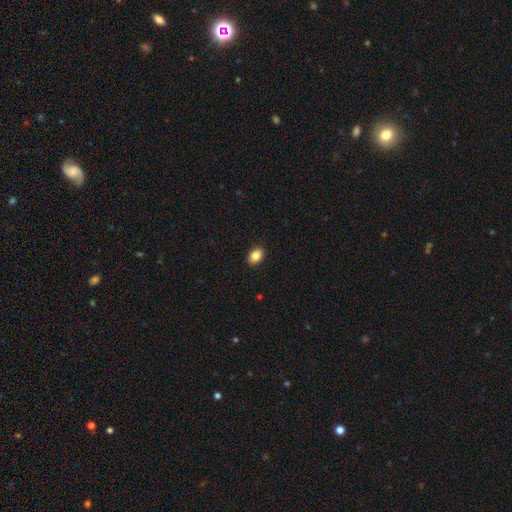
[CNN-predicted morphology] The model was most divided on "how rounded": in between: 71%, round: 28%, cigar-shaped: 1%. More confident: merging — none (91%); smooth or featured — smooth (85%).